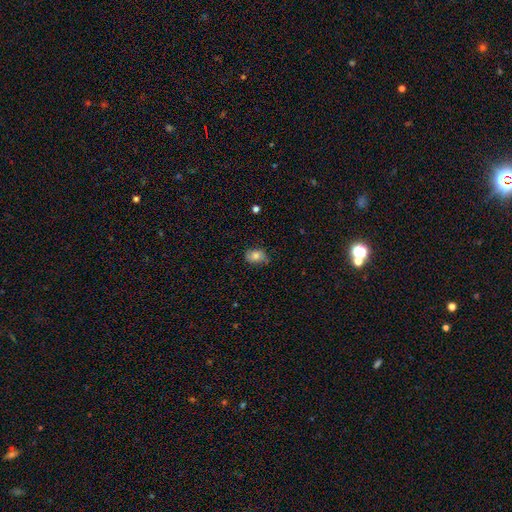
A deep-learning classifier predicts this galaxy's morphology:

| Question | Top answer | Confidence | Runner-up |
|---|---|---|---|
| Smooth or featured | smooth | 77% | featured or disk (14%) |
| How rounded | in between | 71% | round (28%) |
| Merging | none | 68% | minor disturbance (25%) |